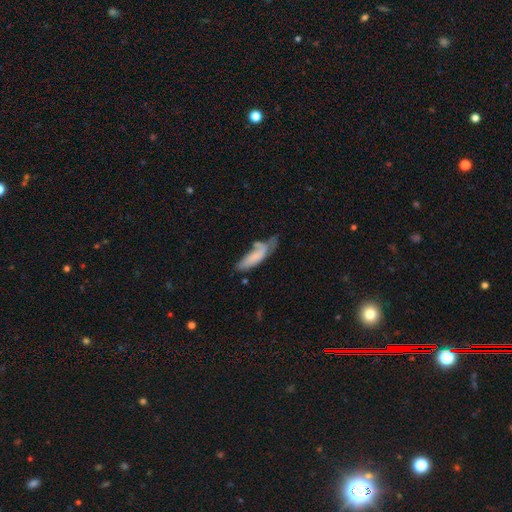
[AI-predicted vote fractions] Smooth or featured?
  - smooth: 69% *
  - featured or disk: 24%
  - star or artifact: 7%
How rounded?
  - cigar-shaped: 51% *
  - in between: 47%
  - round: 2%
Merging?
  - none: 33% *
  - minor disturbance: 29%
  - major disturbance: 23%
  - merger: 15%